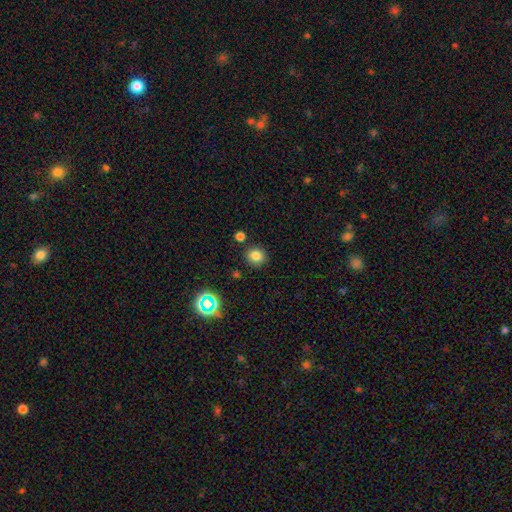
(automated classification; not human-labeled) smooth-or-featured: smooth: 79% | star or artifact: 15% | featured or disk: 6%
  how-rounded: round: 82% | in between: 17% | cigar-shaped: 1%
  merging: none: 84% | minor disturbance: 9% | merger: 5% | major disturbance: 3%